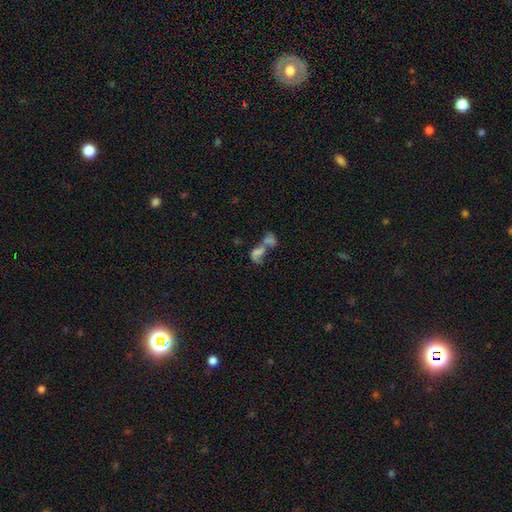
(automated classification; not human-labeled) Q: Smooth or featured?
A: smooth (41%); runner-up: star or artifact (38%)
Q: Merging?
A: merger (49%); runner-up: none (36%)